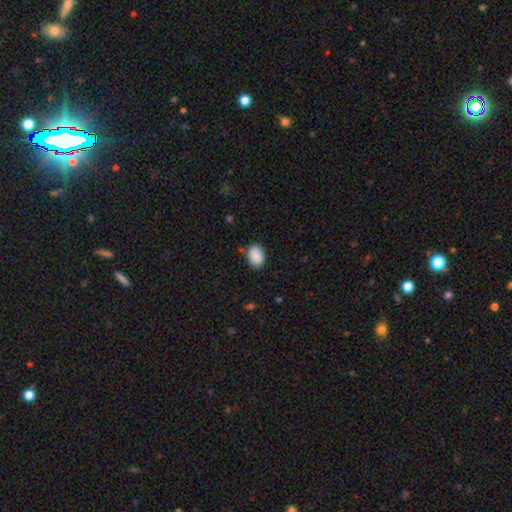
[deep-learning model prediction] Overall: smooth (89%). How rounded: in between (77%). Merging: none (82%).